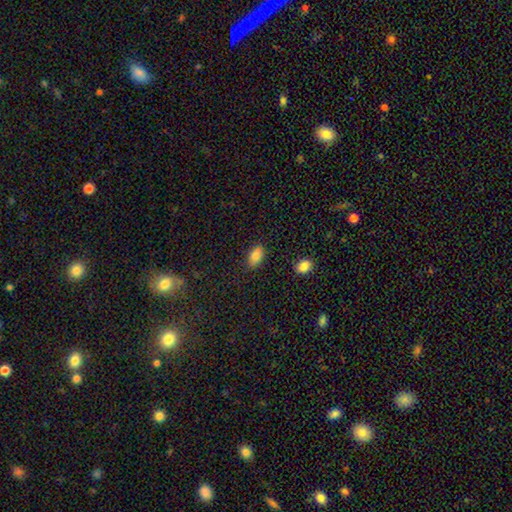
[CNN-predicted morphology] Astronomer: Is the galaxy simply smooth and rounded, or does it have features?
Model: smooth — 83%.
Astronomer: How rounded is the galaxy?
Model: in between — 90%.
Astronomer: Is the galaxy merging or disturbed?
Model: none — 85%.